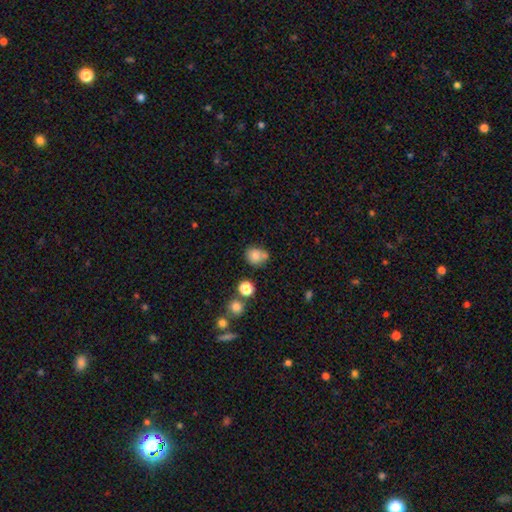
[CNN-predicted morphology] A smooth galaxy with no disk features (76%) that is round (71%).

Vote fractions:
- Smooth or featured? smooth: 76% / star or artifact: 12% / featured or disk: 12%
- How rounded? round: 71% / in between: 28% / cigar-shaped: 1%
- Merging? none: 54% / merger: 26% / minor disturbance: 15% / major disturbance: 5%